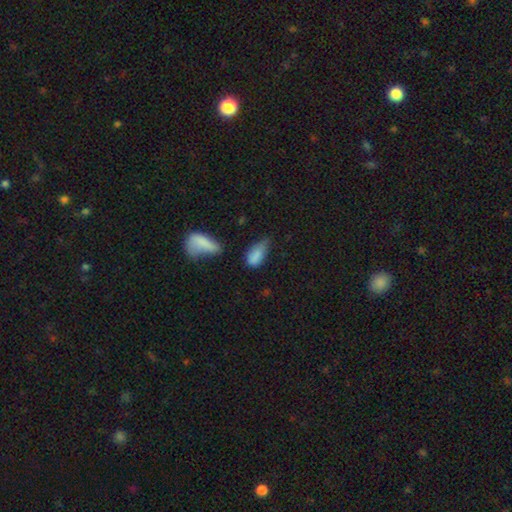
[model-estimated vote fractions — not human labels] This is clearly a smooth galaxy (80%). How rounded: clearly in between (83%). Merging: marginally minor disturbance (45%).